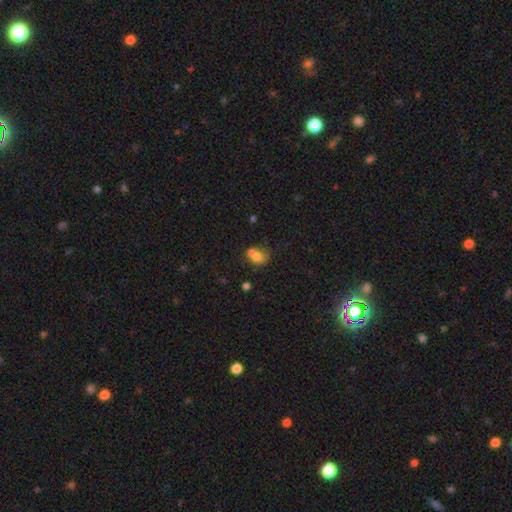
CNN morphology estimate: Smooth or featured? Predicted: smooth (p=0.69). How rounded? Predicted: round (p=0.56). Merging? Predicted: merger (p=0.51).